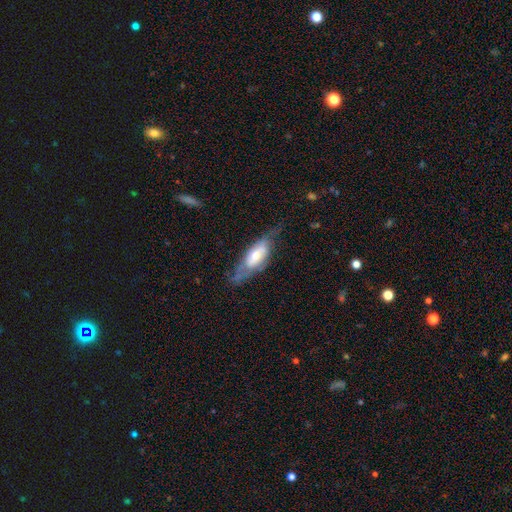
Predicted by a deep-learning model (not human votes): smooth_or_featured: featured or disk (p=0.53) [alt: smooth p=0.41]
disk_edge_on: no (p=0.69) [alt: yes p=0.31]
merging: none (p=0.51) [alt: minor disturbance p=0.30]